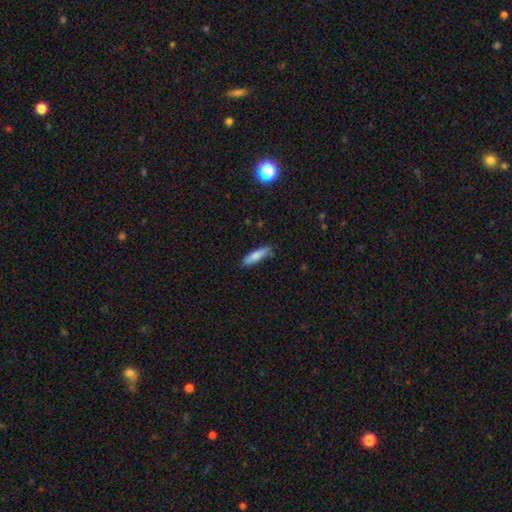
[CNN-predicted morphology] This appears to be a smooth galaxy with no disk features (80%) that is cigar-shaped (75%). Merging: none (78%).